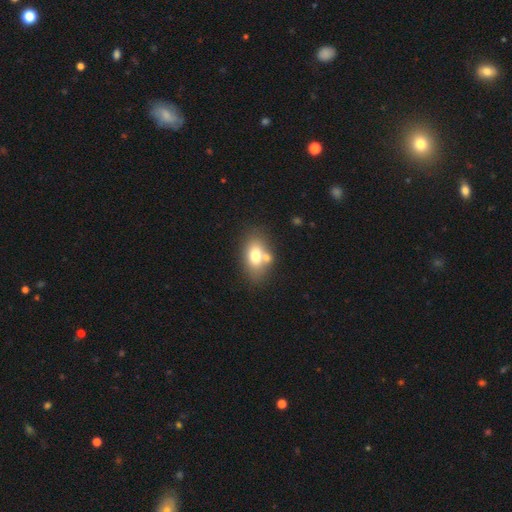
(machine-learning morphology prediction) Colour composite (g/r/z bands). It shows a smooth galaxy with no disk features (70%) that is in between round and cigar-shaped (84%). Merging: none (57%).